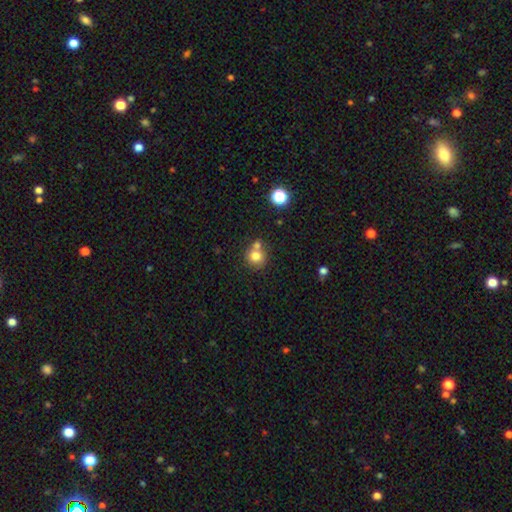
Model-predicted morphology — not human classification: Smooth or featured? smooth (77%)
How rounded? round (87%)
Merging? none (51%)